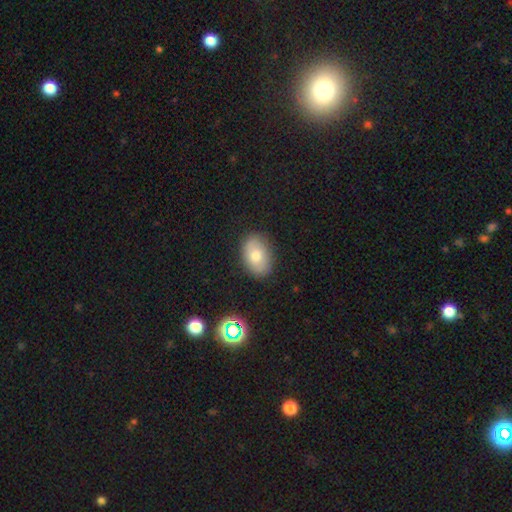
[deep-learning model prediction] A smooth galaxy with no disk features (71%) that is in between round and cigar-shaped (84%). Merging: none (84%).